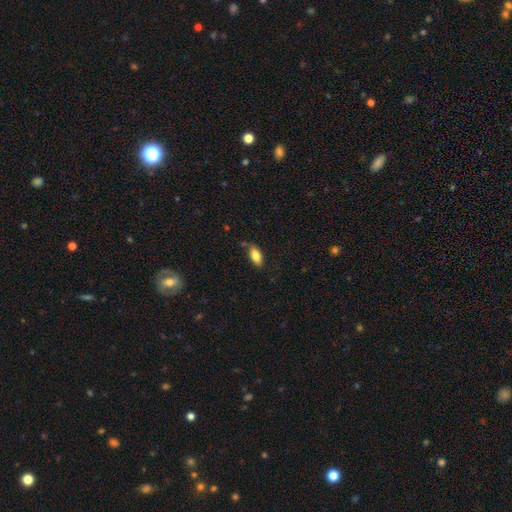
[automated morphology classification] type=smooth (80%); roundness=in between (85%); merging=none (76%).